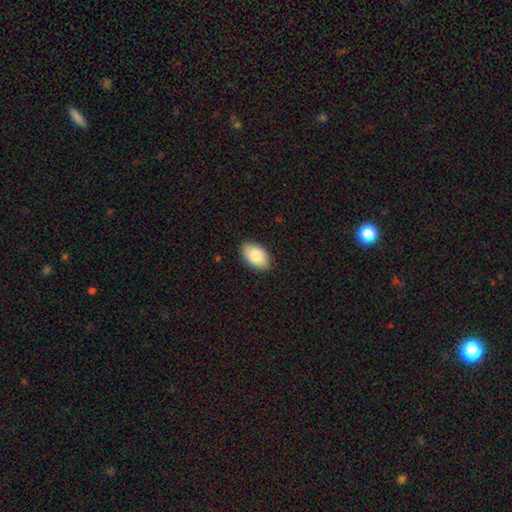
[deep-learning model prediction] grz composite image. It shows a smooth galaxy with no disk features (85%) that is in between round and cigar-shaped (93%). Merging: none (88%).